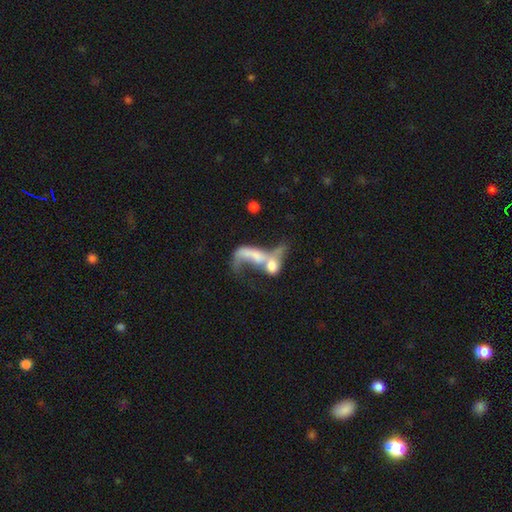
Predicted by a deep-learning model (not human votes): Overall: featured or disk (53%; smooth 36%). Edge-on disk: no (90%). Merging: merger (65%).